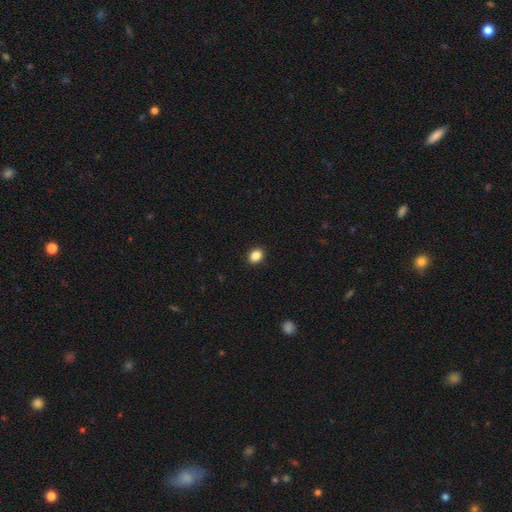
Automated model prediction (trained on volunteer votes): Morphology: type=smooth (87%); roundness=round (50%); merging=none (92%).